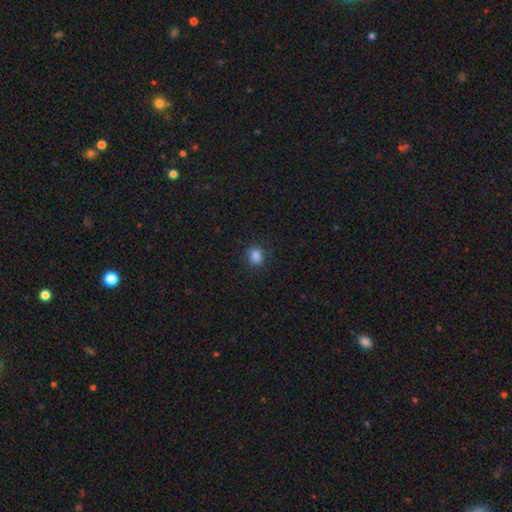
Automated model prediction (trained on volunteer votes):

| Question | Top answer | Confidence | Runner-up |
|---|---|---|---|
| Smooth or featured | smooth | 85% | star or artifact (11%) |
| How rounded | round | 69% | in between (30%) |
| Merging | none | 86% | minor disturbance (10%) |